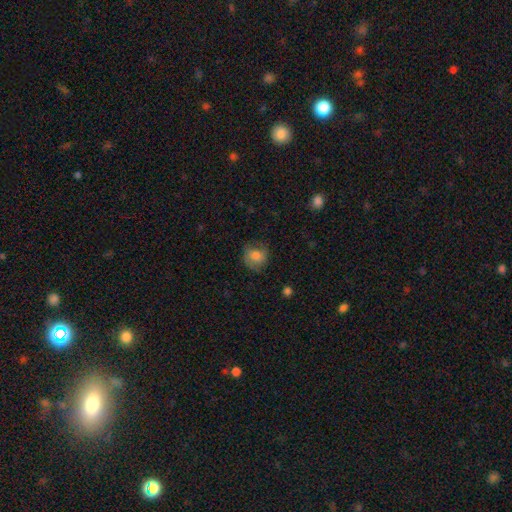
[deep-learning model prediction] This appears to be a smooth galaxy with no disk features (74%) that is round (76%). Merging: none (67%).